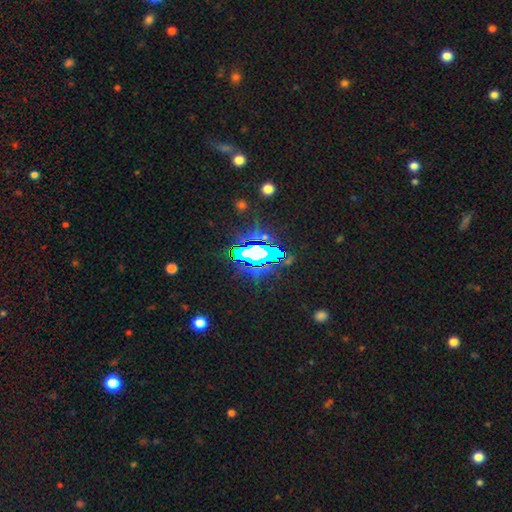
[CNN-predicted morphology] A star or artifact, not a galaxy (69%).